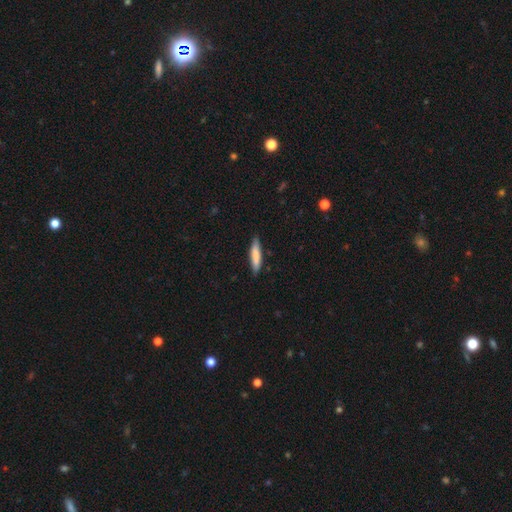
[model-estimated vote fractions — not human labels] Smooth or featured? smooth (80%)
How rounded? cigar-shaped (83%)
Merging? none (85%)